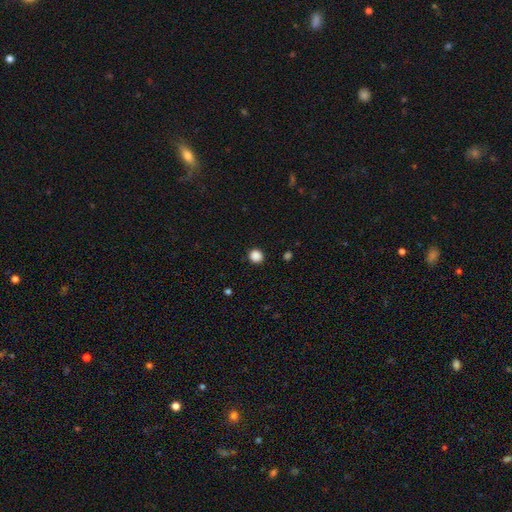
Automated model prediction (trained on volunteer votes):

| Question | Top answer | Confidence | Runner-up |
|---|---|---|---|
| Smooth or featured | smooth | 87% | star or artifact (11%) |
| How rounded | round | 87% | in between (12%) |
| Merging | none | 91% | minor disturbance (6%) |